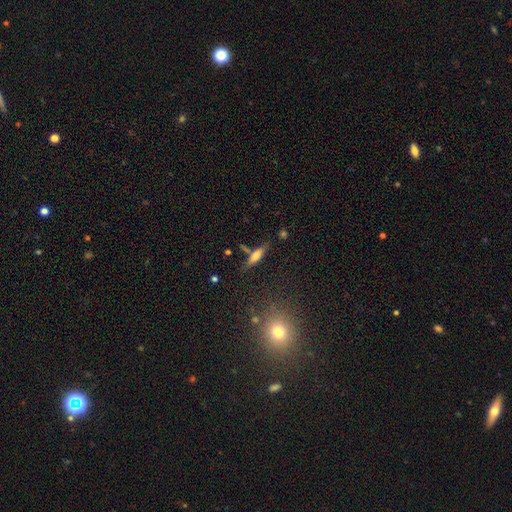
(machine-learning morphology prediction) smooth 60%, featured or disk 31%, star or artifact 10%. Down the decision tree: how rounded — cigar-shaped (69%); merging — none (69%).